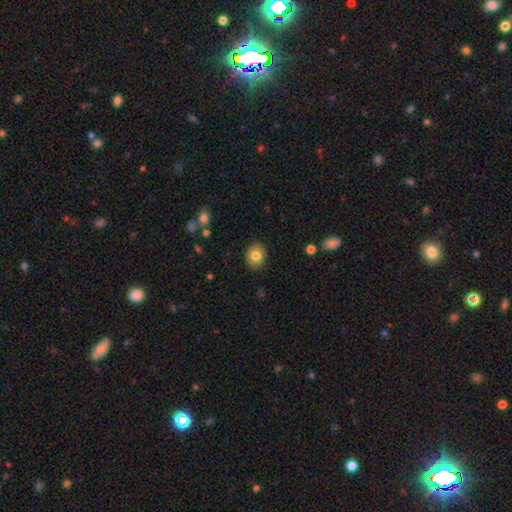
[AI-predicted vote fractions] Smooth or featured?
  - smooth: 80% *
  - featured or disk: 11%
  - star or artifact: 9%
How rounded?
  - round: 54% *
  - in between: 45%
  - cigar-shaped: 1%
Merging?
  - none: 89% *
  - minor disturbance: 8%
  - major disturbance: 2%
  - merger: 1%